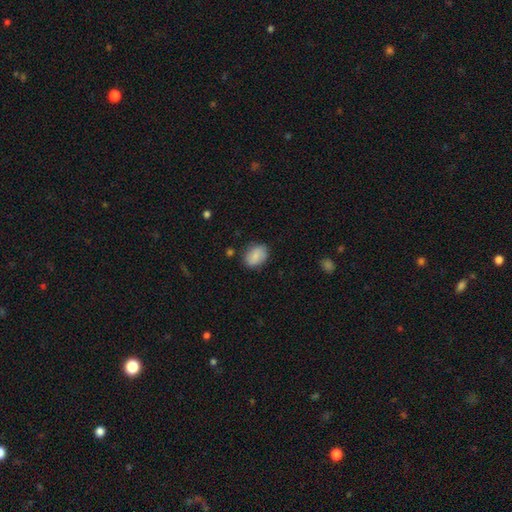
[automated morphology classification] Overall: smooth (84%). How rounded: in between (72%). Merging: none (81%).